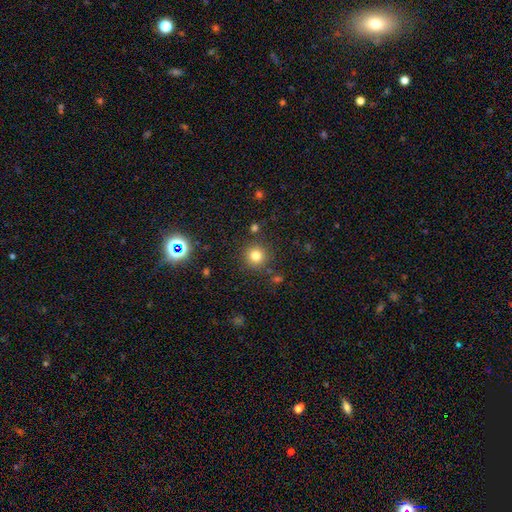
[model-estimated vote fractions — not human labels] smooth 79%, star or artifact 15%, featured or disk 6%. Down the decision tree: how rounded — round (94%); merging — none (87%).